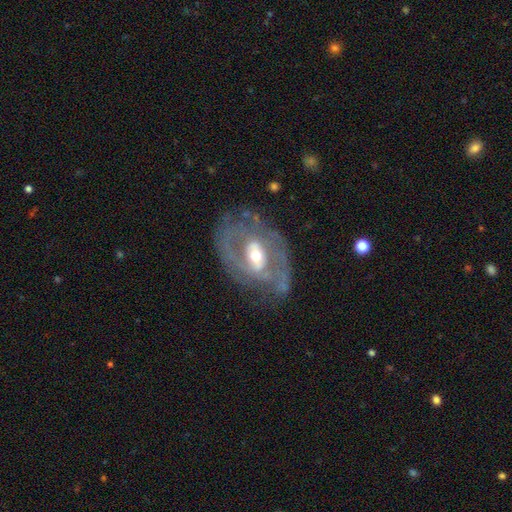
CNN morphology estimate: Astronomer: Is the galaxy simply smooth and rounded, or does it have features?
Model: featured or disk — 77%.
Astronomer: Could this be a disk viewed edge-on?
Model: no — 93%.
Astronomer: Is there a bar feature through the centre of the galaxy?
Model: weak — 41% (runner-up: strong, 34%).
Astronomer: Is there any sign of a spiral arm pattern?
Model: yes — 66%.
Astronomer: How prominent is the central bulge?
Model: moderate — 66%.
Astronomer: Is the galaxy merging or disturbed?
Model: none — 65%.